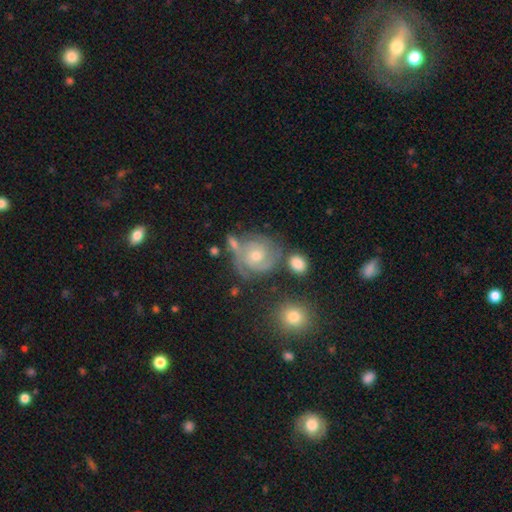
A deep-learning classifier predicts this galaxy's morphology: Q: Smooth or featured?
A: featured or disk (80%); runner-up: smooth (11%)
Q: Edge-on disk?
A: no (98%); runner-up: yes (2%)
Q: Bar?
A: no (71%); runner-up: weak (25%)
Q: Spiral arms?
A: yes (94%); runner-up: no (6%)
Q: Spiral winding?
A: tight (68%); runner-up: medium (26%)
Q: Spiral arm count?
A: 2 (40%); runner-up: 3 (25%)
Q: Bulge size?
A: moderate (55%); runner-up: small (41%)
Q: Merging?
A: none (64%); runner-up: minor disturbance (19%)